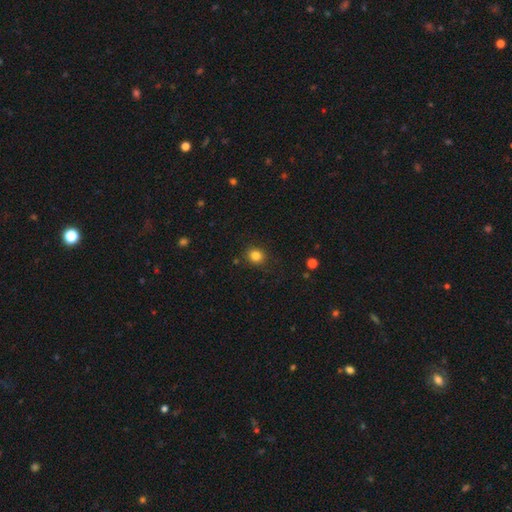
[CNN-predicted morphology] This is clearly a smooth galaxy (83%). How rounded: clearly round (85%). Merging: clearly none (87%).